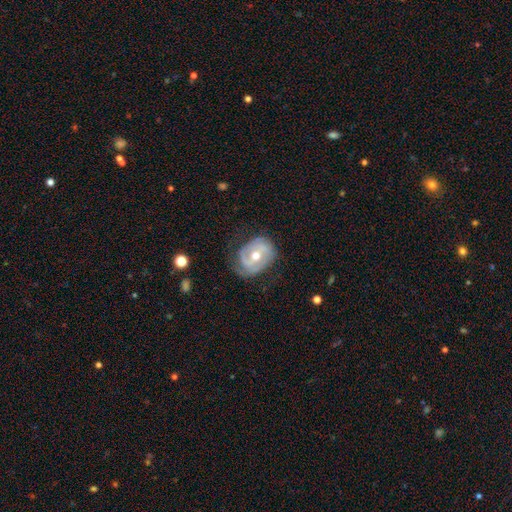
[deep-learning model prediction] smooth_or_featured: featured or disk (p=0.73) [alt: smooth p=0.21]
disk_edge_on: no (p=0.96) [alt: yes p=0.04]
bar: no (p=0.44) [alt: weak p=0.38]
has_spiral_arms: yes (p=0.79) [alt: no p=0.21]
spiral_winding: tight (p=0.48) [alt: medium p=0.34]
spiral_arm_count: 2 (p=0.51) [alt: can't tell p=0.24]
bulge_size: moderate (p=0.72) [alt: small p=0.24]
merging: none (p=0.59) [alt: minor disturbance p=0.27]